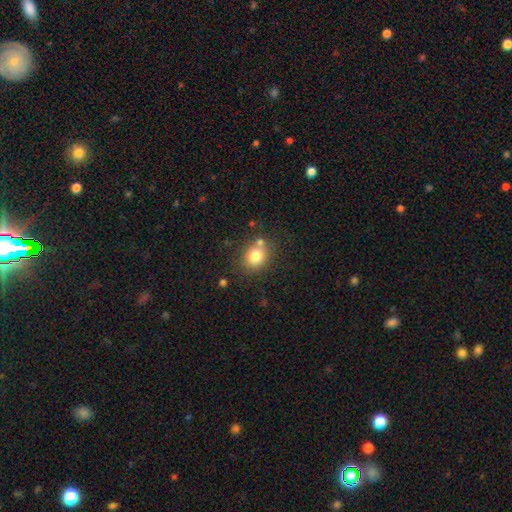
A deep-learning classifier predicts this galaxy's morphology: Smooth or featured: smooth — 79% (star or artifact — 11%)
How rounded: round — 66% (in between — 33%)
Merging: none — 68% (merger — 15%)